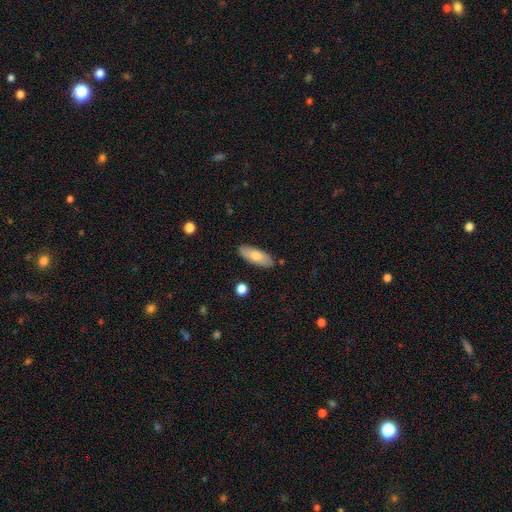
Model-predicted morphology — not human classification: type=smooth (71%); roundness=in between (70%); merging=none (87%).